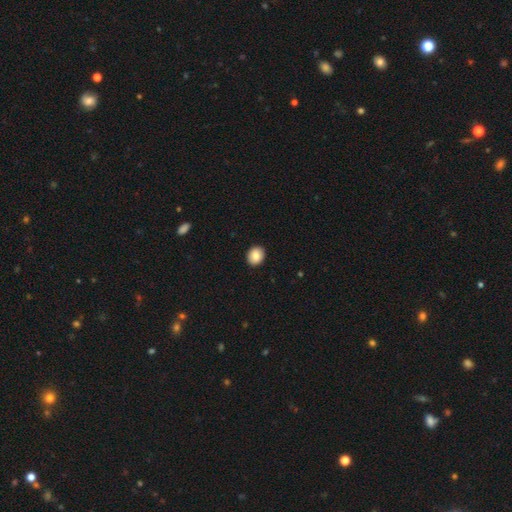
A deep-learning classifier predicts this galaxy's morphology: This is clearly a smooth galaxy (85%). How rounded: likely round (67%). Merging: clearly none (92%).